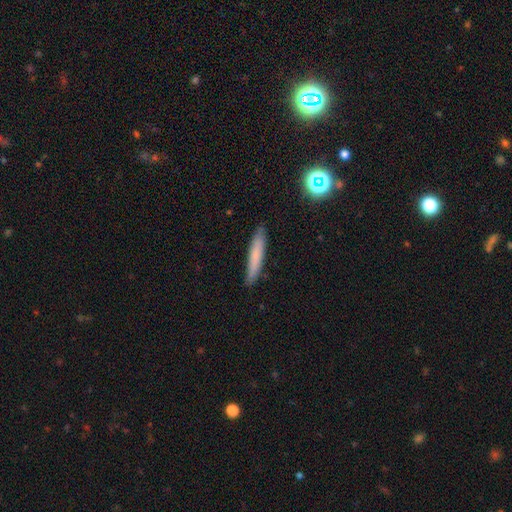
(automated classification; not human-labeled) A smooth galaxy with no disk features (71%) that is cigar-shaped (93%). Merging: none (89%).